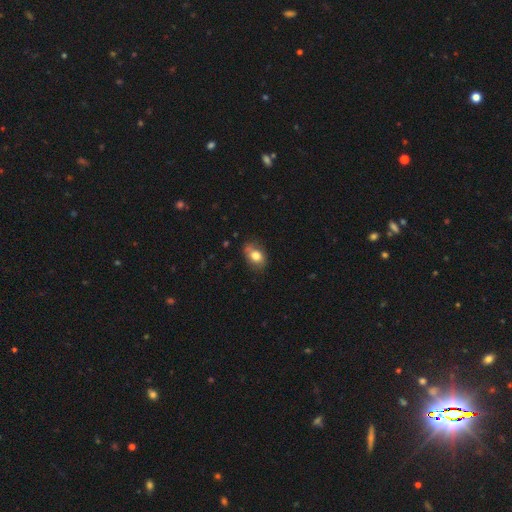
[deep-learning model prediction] smooth 77%, featured or disk 15%, star or artifact 8%. Down the decision tree: how rounded — in between (78%); merging — none (67%).